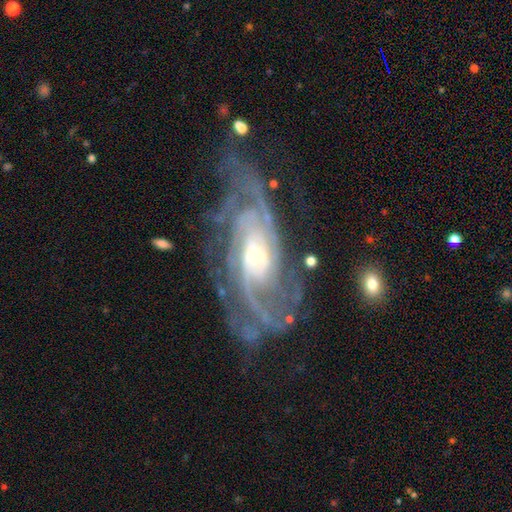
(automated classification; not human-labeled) Smooth or featured? Predicted: featured or disk (p=0.90). Edge-on disk? Predicted: no (p=0.94). Bar? Predicted: no (p=0.52). Spiral arms? Predicted: yes (p=0.97). Spiral winding? Predicted: tight (p=0.52). Spiral arm count? Predicted: 2 (p=0.28). Bulge size? Predicted: small (p=0.53). Merging? Predicted: none (p=0.63).